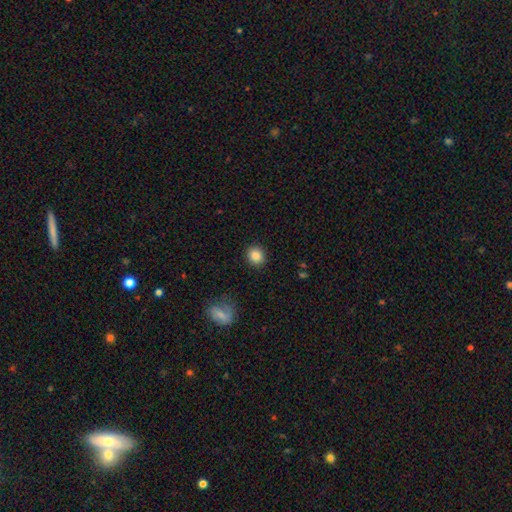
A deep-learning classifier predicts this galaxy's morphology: smooth 86%, star or artifact 10%, featured or disk 5%. Down the decision tree: how rounded — round (83%); merging — none (89%).